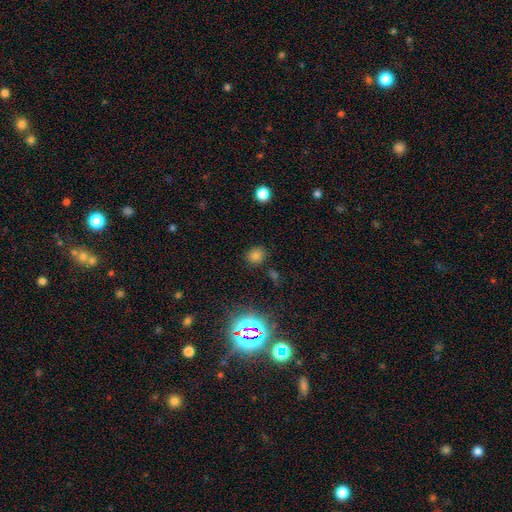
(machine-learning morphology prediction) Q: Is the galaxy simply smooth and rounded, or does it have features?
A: smooth — 73%.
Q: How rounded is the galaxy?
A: round — 74%.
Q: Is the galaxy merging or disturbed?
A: none — 84%.